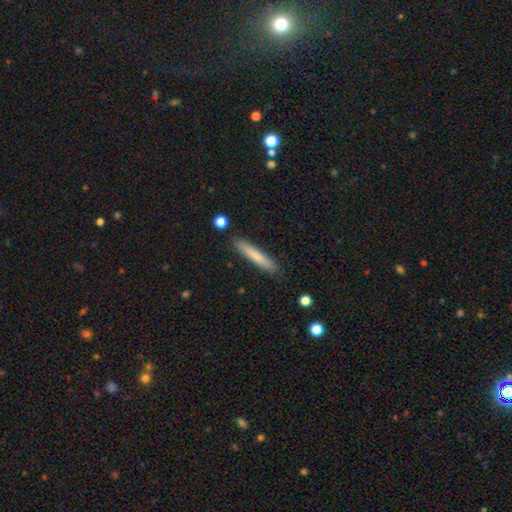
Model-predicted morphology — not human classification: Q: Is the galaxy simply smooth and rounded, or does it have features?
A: smooth — 76%.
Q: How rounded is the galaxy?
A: cigar-shaped — 93%.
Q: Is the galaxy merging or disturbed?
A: none — 88%.